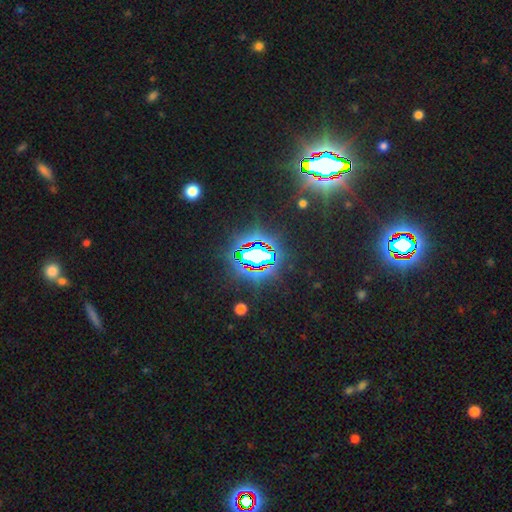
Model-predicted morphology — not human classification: A star or artifact, not a galaxy (78%).